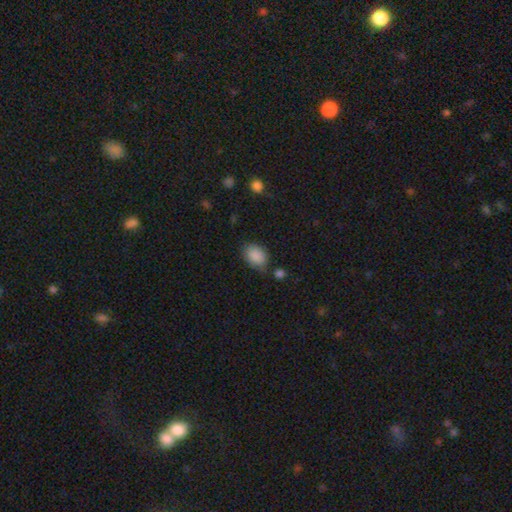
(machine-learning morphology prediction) smooth_or_featured: smooth (p=0.87) [alt: star or artifact p=0.08]
how_rounded: in between (p=0.74) [alt: round p=0.24]
merging: none (p=0.69) [alt: minor disturbance p=0.21]